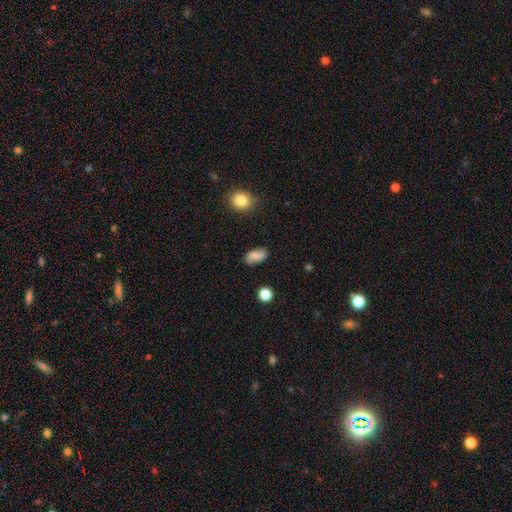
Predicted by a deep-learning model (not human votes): Smooth or featured?
  - smooth: 76% *
  - featured or disk: 16%
  - star or artifact: 9%
How rounded?
  - in between: 89% *
  - round: 6%
  - cigar-shaped: 5%
Merging?
  - none: 82% *
  - minor disturbance: 13%
  - major disturbance: 3%
  - merger: 2%